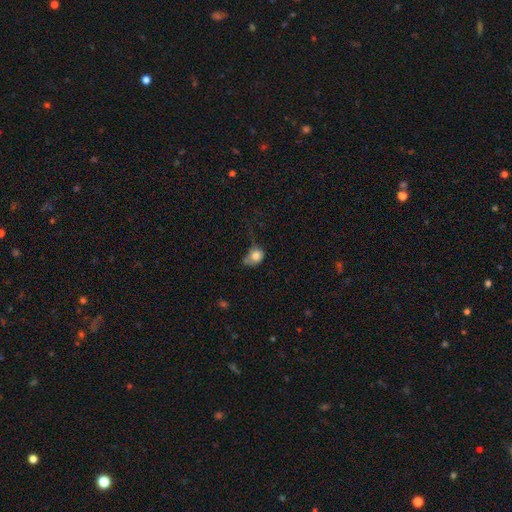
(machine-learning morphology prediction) smooth 79%, featured or disk 11%, star or artifact 10%. Down the decision tree: how rounded — round (52%); merging — minor disturbance (35%).